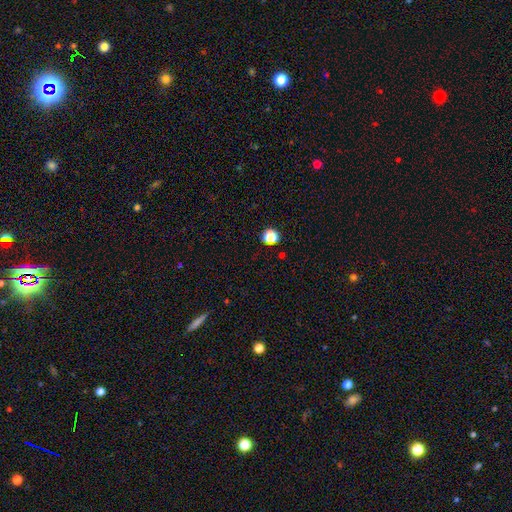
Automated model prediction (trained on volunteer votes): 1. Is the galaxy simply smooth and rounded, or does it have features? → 49% star or artifact, 45% smooth, 6% featured or disk.